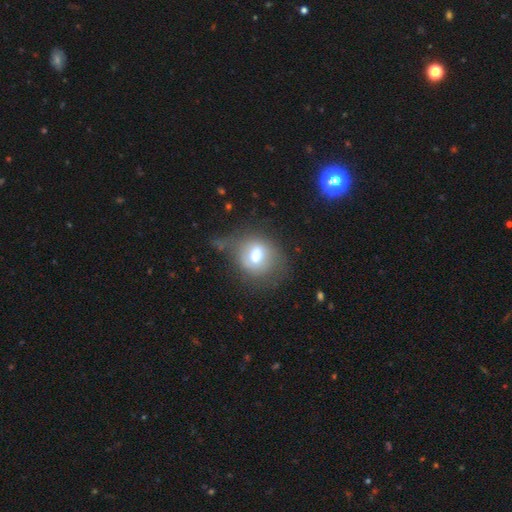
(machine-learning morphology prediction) smooth 61%, featured or disk 29%, star or artifact 10%. Down the decision tree: how rounded — round (61%); merging — none (51%).